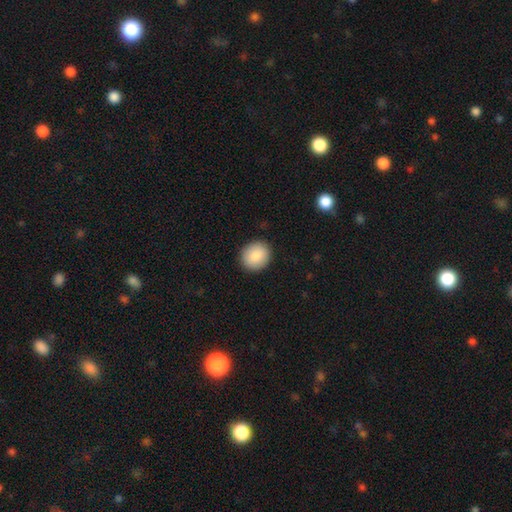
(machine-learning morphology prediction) smooth_or_featured: smooth (p=0.86) [alt: star or artifact p=0.07]
how_rounded: round (p=0.74) [alt: in between p=0.25]
merging: none (p=0.90) [alt: minor disturbance p=0.07]